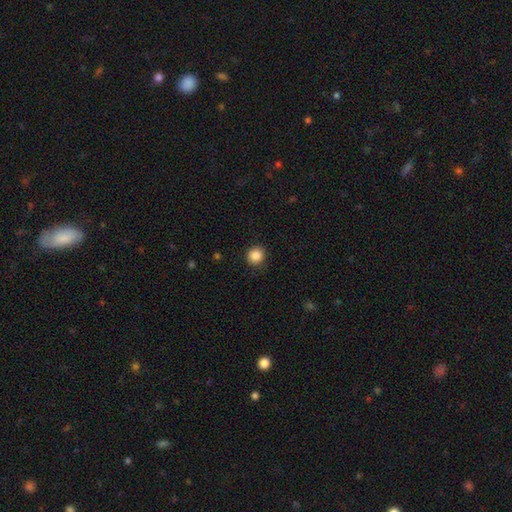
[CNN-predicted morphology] Overall: smooth (87%). How rounded: round (89%). Merging: none (89%).